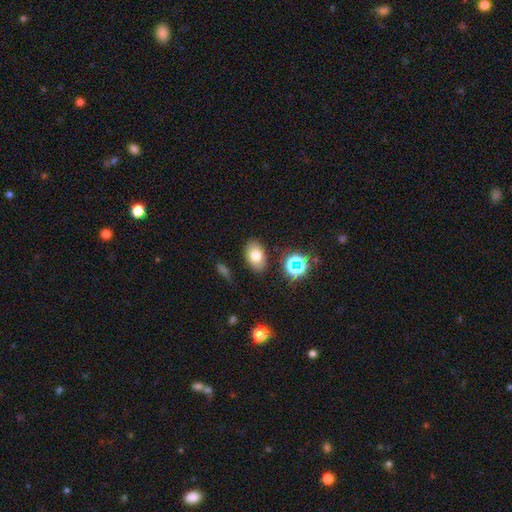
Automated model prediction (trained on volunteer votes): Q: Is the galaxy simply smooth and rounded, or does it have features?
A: smooth — 74%.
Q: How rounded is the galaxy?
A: in between — 86%.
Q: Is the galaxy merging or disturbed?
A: none — 84%.